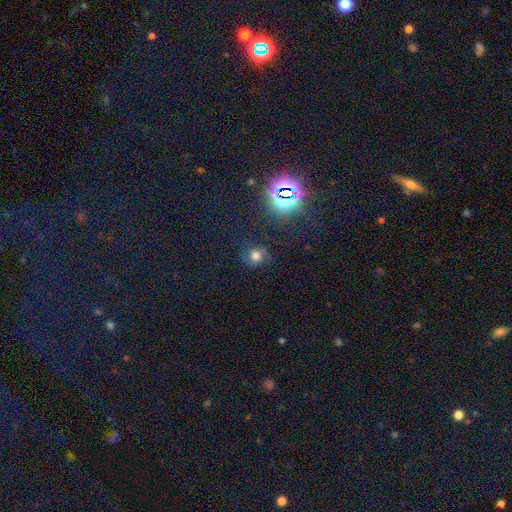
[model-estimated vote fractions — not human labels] A smooth galaxy with no disk features (47%).

Vote fractions:
- Smooth or featured? smooth: 47% / featured or disk: 29% / star or artifact: 24%
- Merging? none: 71% / minor disturbance: 17% / major disturbance: 9% / merger: 2%